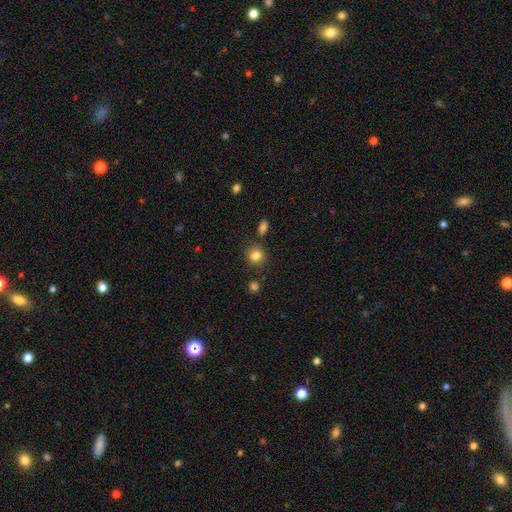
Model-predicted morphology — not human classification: Smooth or featured? Predicted: smooth (p=0.83). How rounded? Predicted: round (p=0.81). Merging? Predicted: none (p=0.81).